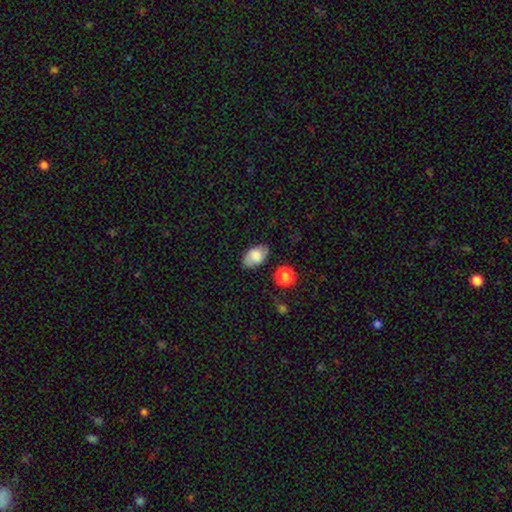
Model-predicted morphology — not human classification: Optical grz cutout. It shows a smooth galaxy with no disk features (75%) that is in between round and cigar-shaped (90%). Merging: none (78%).